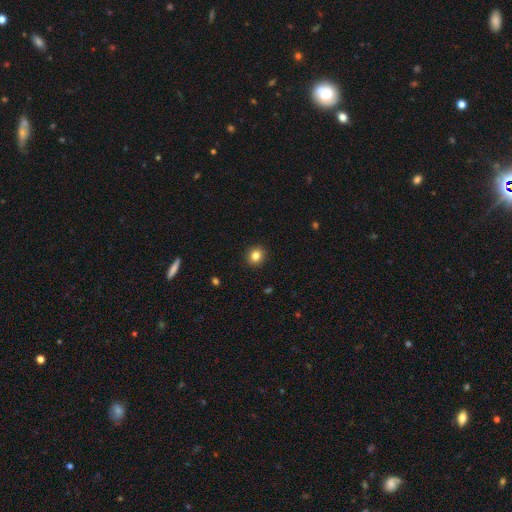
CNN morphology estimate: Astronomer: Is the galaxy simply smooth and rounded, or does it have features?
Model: smooth — 83%.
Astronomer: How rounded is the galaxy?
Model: round — 84%.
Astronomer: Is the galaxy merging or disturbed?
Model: none — 92%.